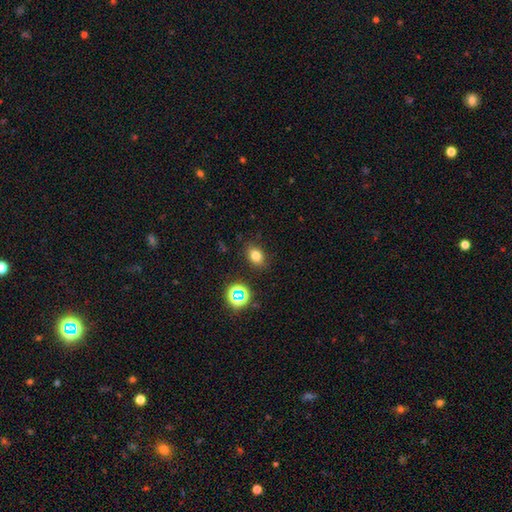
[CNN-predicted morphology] This appears to be a smooth galaxy with no disk features (76%) that is in between round and cigar-shaped (69%). Merging: none (85%).